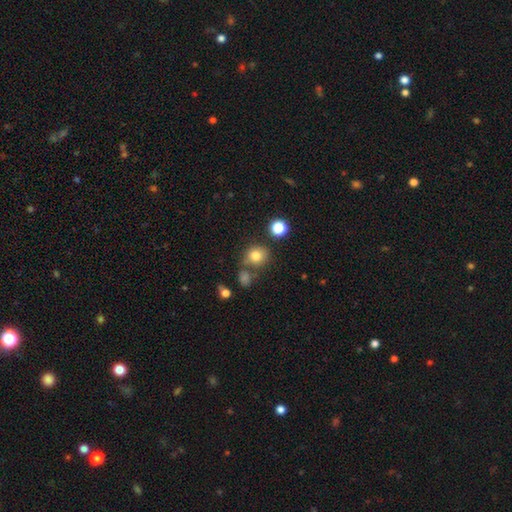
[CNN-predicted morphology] smooth-or-featured: smooth: 78% | star or artifact: 13% | featured or disk: 8%
  how-rounded: round: 82% | in between: 17% | cigar-shaped: 1%
  merging: none: 68% | minor disturbance: 13% | merger: 13% | major disturbance: 5%